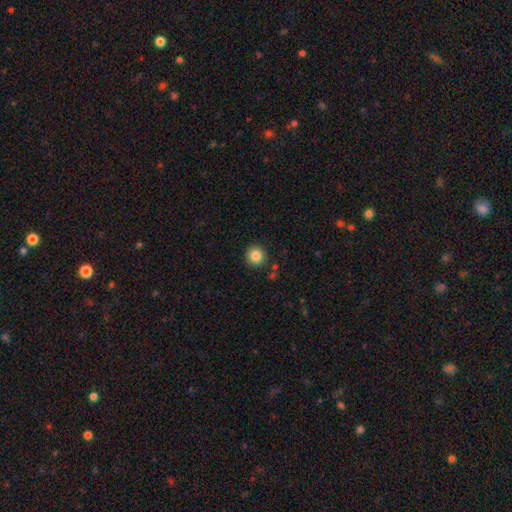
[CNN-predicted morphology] Overall: smooth (85%). How rounded: round (93%). Merging: none (90%).